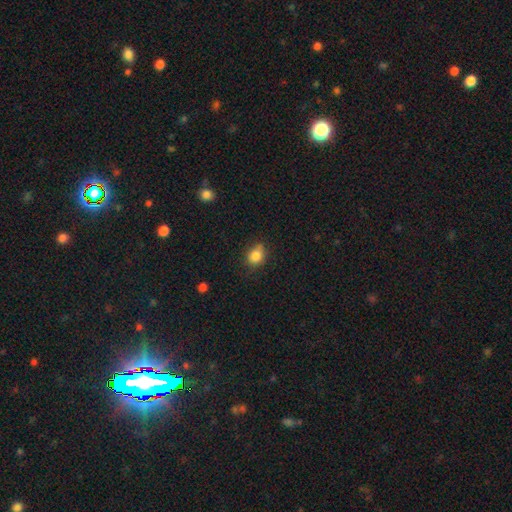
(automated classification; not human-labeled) Overall: smooth (84%). How rounded: round (58%; in between 41%). Merging: none (70%).